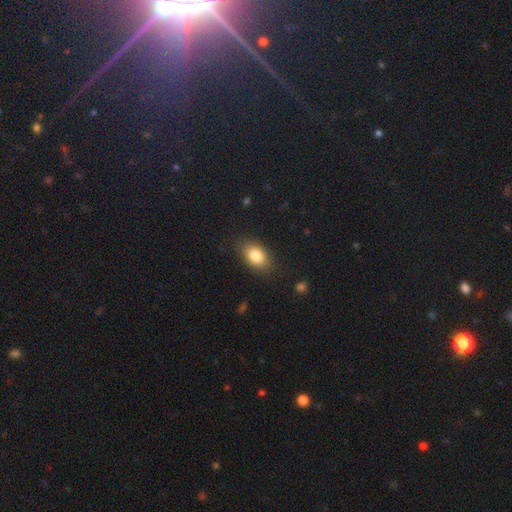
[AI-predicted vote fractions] This is clearly a smooth galaxy (83%). How rounded: clearly in between (88%). Merging: clearly none (84%).